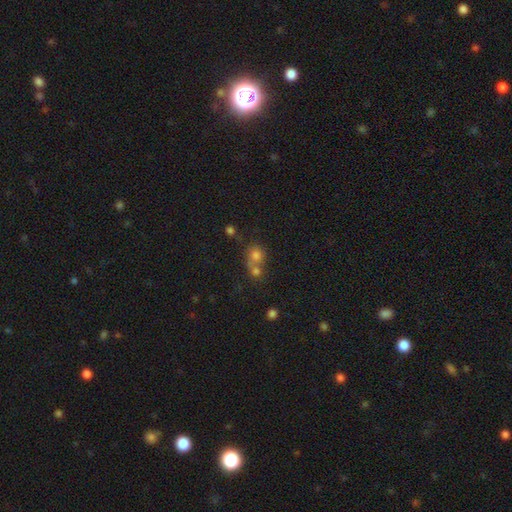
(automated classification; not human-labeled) The model was most divided on "merging": merger: 55%, none: 35%, minor disturbance: 7%, major disturbance: 4%. More confident: how rounded — round (80%); smooth or featured — smooth (73%).